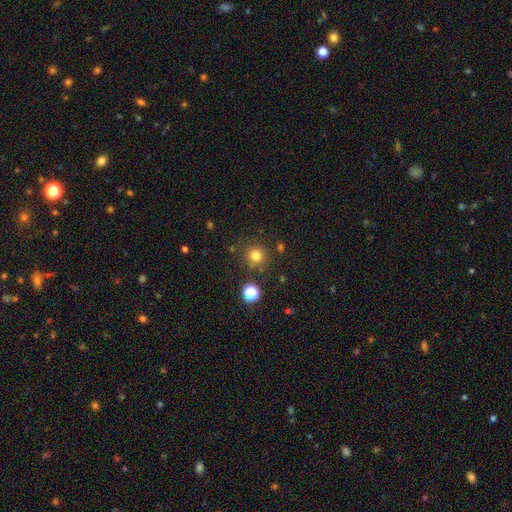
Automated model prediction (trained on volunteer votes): smooth_or_featured: smooth (p=0.78) [alt: star or artifact p=0.16]
how_rounded: round (p=0.94) [alt: in between p=0.05]
merging: none (p=0.85) [alt: minor disturbance p=0.08]